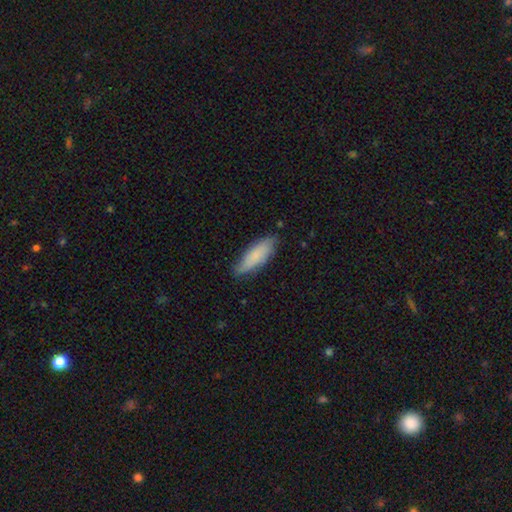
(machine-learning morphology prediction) This is likely a smooth galaxy (78%). How rounded: possibly in between (55%). Merging: likely none (76%).